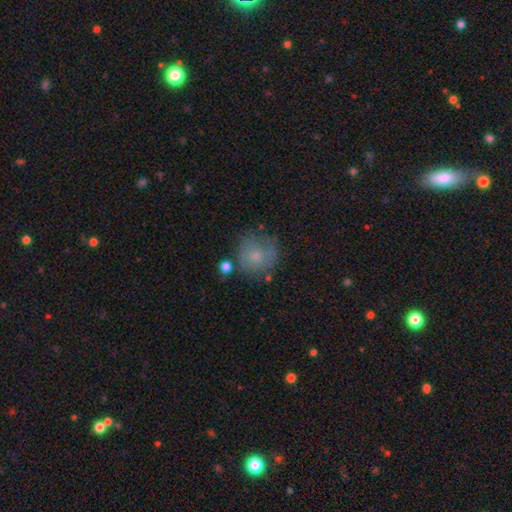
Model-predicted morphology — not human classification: Smooth or featured? Predicted: smooth (p=0.59). How rounded? Predicted: round (p=0.87). Merging? Predicted: none (p=0.60).